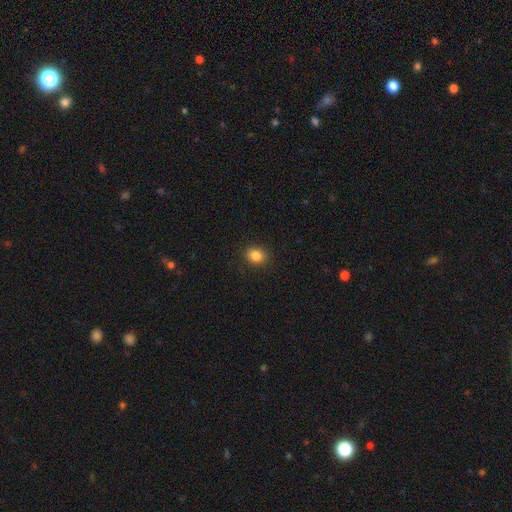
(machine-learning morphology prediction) smooth 85%, star or artifact 11%, featured or disk 4%. Down the decision tree: how rounded — round (56%); merging — none (89%).